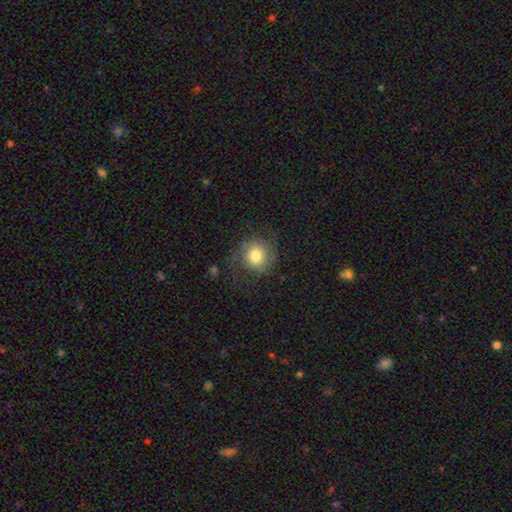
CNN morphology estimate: Smooth or featured: smooth — 56% (featured or disk — 35%)
How rounded: round — 85% (in between — 14%)
Merging: none — 62% (minor disturbance — 18%)